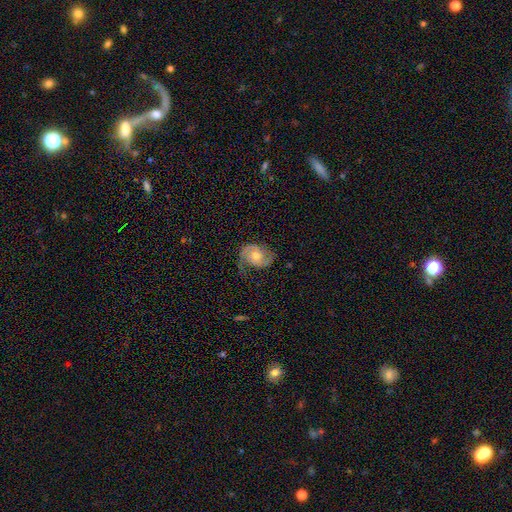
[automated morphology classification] A featured or disk galaxy (85%) with no bar (71%), 2 (90%) medium (49%) spiral arms (97%) and a moderate central bulge (61%).

Vote fractions:
- Smooth or featured? featured or disk: 85% / smooth: 8% / star or artifact: 6%
- Edge-on disk? no: 98% / yes: 2%
- Bar? no: 71% / weak: 24% / strong: 5%
- Spiral arms? yes: 97% / no: 3%
- Spiral winding? medium: 49% / tight: 34% / loose: 17%
- Spiral arm count? 2: 90% / can't tell: 3% / 1: 3% / 3: 2% / 4: 1% / more than 4: 1%
- Bulge size? moderate: 61% / small: 32% / large: 4% / none: 2% / dominant: 1%
- Merging? none: 74% / minor disturbance: 17% / major disturbance: 8% / merger: 1%